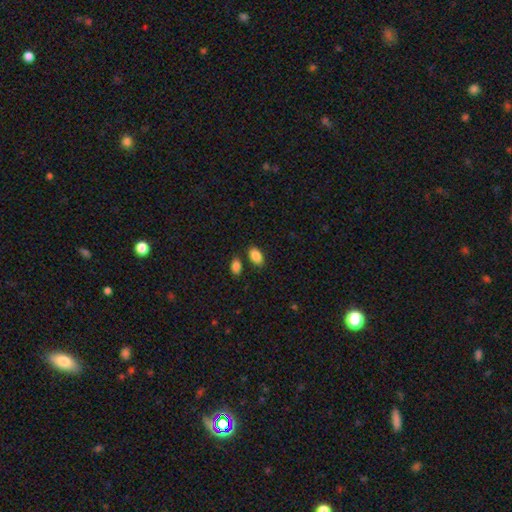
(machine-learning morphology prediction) type=smooth (88%); roundness=in between (92%); merging=none (76%).